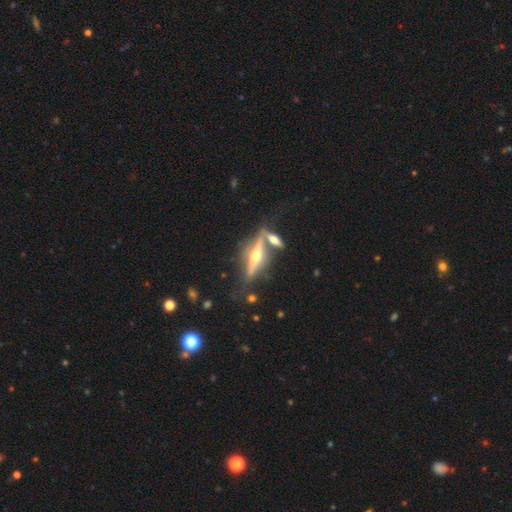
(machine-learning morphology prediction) smooth-or-featured: featured or disk: 78% | smooth: 15% | star or artifact: 7%
  disk-edge-on: yes: 94% | no: 6%
    edge-on-bulge: rounded: 95% | boxy: 3% | none: 3%
  merging: none: 64% | merger: 20% | minor disturbance: 12% | major disturbance: 4%